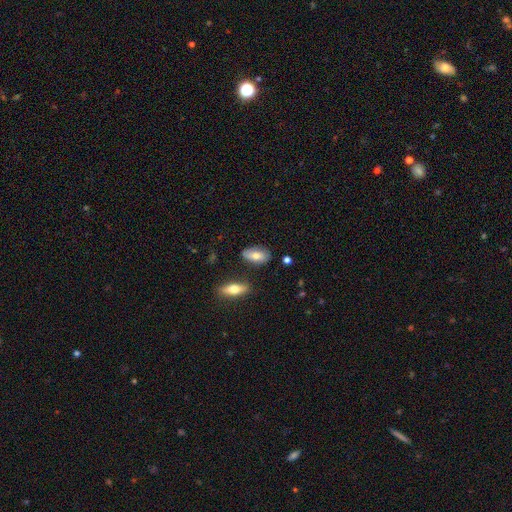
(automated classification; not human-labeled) Smooth or featured?
  - smooth: 71% *
  - featured or disk: 22%
  - star or artifact: 7%
How rounded?
  - in between: 89% *
  - cigar-shaped: 8%
  - round: 3%
Merging?
  - none: 75% *
  - minor disturbance: 17%
  - merger: 4%
  - major disturbance: 4%